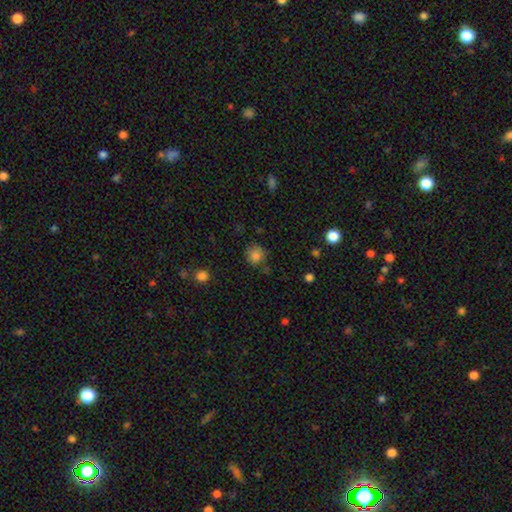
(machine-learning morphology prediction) Smooth or featured: smooth — 80% (star or artifact — 13%)
How rounded: round — 77% (in between — 22%)
Merging: none — 68% (minor disturbance — 21%)